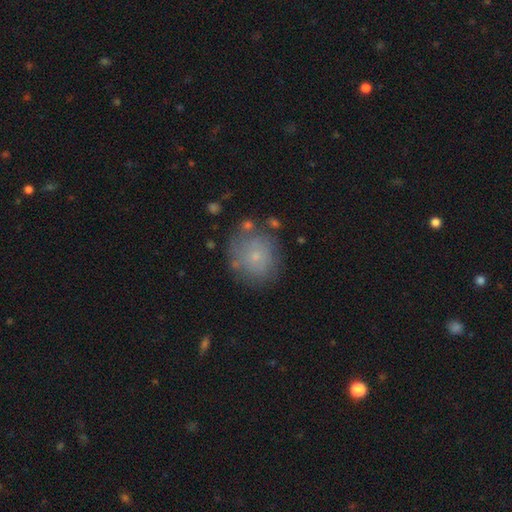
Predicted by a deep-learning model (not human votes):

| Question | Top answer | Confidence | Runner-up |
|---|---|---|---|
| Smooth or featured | smooth | 57% | featured or disk (30%) |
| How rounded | round | 80% | in between (19%) |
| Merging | none | 68% | minor disturbance (19%) |